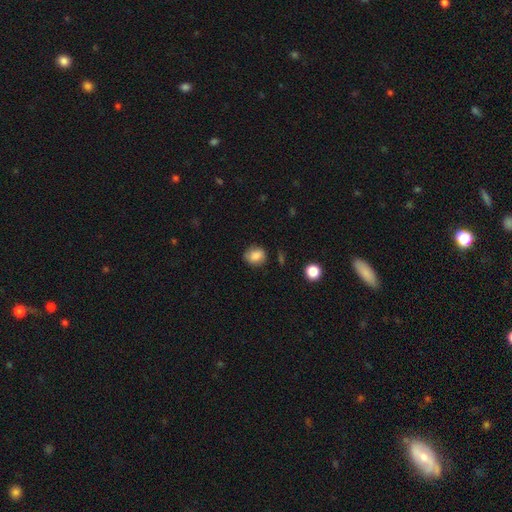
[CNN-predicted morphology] smooth-or-featured: smooth: 83% | star or artifact: 9% | featured or disk: 8%
  how-rounded: round: 64% | in between: 35% | cigar-shaped: 1%
  merging: none: 78% | minor disturbance: 16% | major disturbance: 4% | merger: 2%